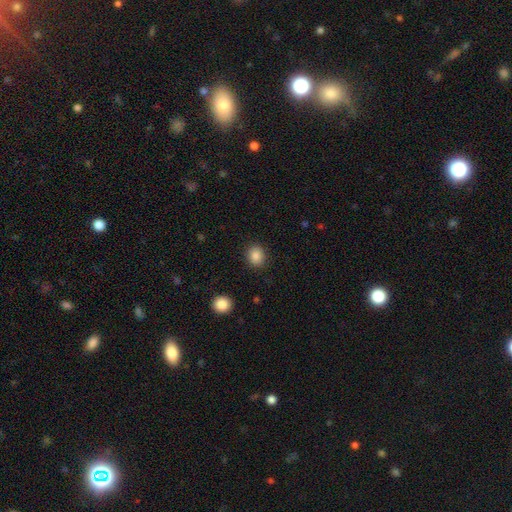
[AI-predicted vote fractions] smooth-or-featured: smooth: 87% | star or artifact: 9% | featured or disk: 4%
  how-rounded: round: 66% | in between: 33% | cigar-shaped: 1%
  merging: none: 89% | minor disturbance: 7% | major disturbance: 3% | merger: 1%